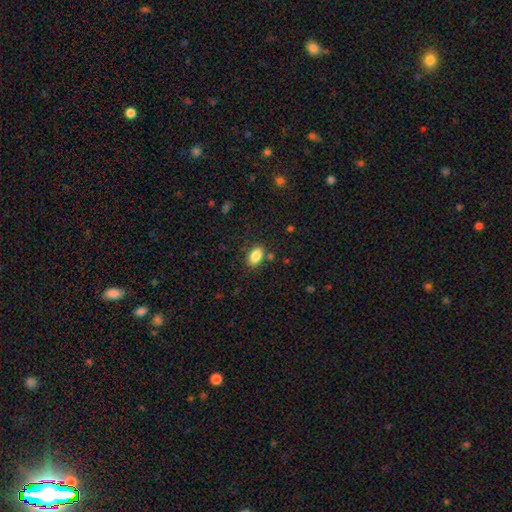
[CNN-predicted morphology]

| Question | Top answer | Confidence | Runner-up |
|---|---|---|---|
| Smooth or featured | smooth | 86% | star or artifact (8%) |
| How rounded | in between | 90% | round (8%) |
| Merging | none | 82% | minor disturbance (11%) |